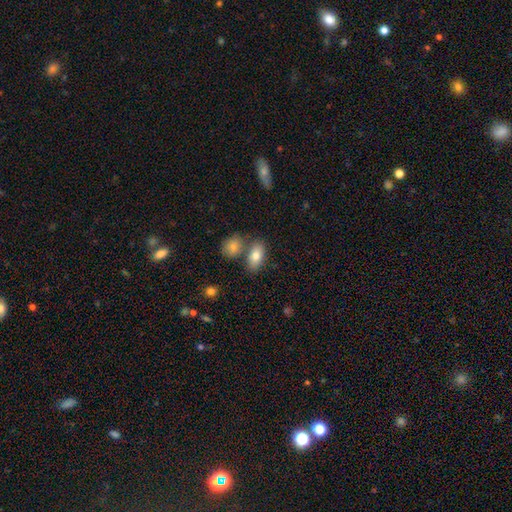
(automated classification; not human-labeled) Smooth or featured?
  - smooth: 80% *
  - featured or disk: 13%
  - star or artifact: 7%
How rounded?
  - in between: 90% *
  - round: 6%
  - cigar-shaped: 5%
Merging?
  - none: 62% *
  - merger: 24%
  - minor disturbance: 11%
  - major disturbance: 3%